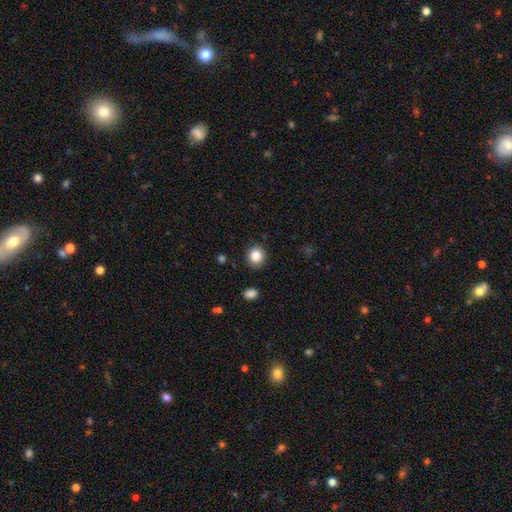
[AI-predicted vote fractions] Smooth or featured? smooth (86%)
How rounded? round (86%)
Merging? none (89%)